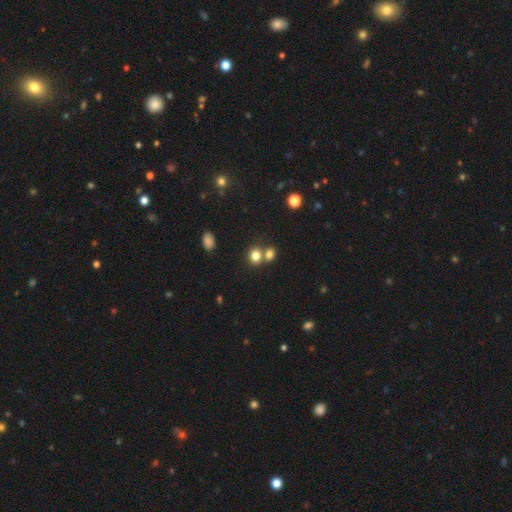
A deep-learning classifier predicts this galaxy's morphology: This appears to be a smooth galaxy with no disk features (79%) that is round (64%). Merging: none (49%).